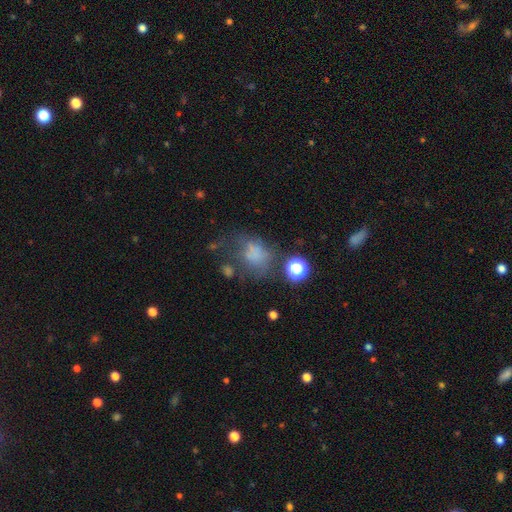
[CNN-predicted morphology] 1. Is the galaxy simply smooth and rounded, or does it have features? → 50% smooth, 27% featured or disk, 23% star or artifact.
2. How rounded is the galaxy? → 52% in between, 47% round, 1% cigar-shaped.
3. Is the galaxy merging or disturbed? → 35% none, 32% major disturbance, 22% minor disturbance, 11% merger.